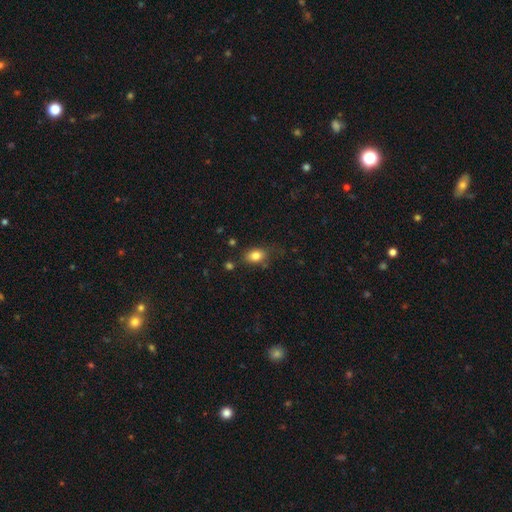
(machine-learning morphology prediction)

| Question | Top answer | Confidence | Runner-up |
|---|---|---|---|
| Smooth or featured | smooth | 82% | star or artifact (10%) |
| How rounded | in between | 77% | round (21%) |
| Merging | none | 71% | minor disturbance (20%) |